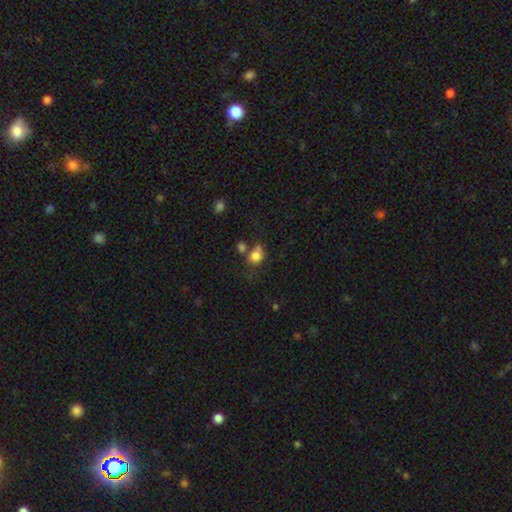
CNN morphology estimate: This appears to be a smooth galaxy with no disk features (80%) that is round (54%). Merging: none (42%).